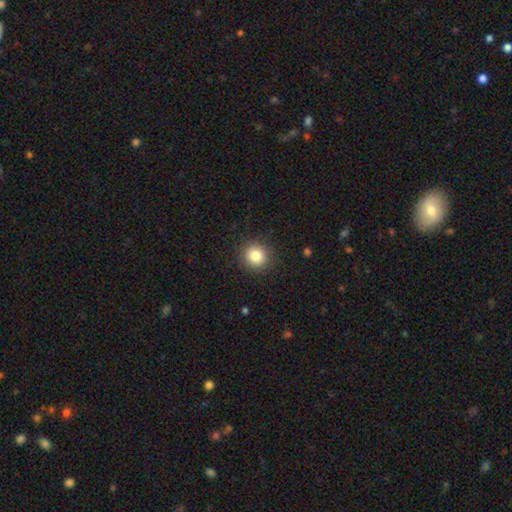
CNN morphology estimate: This is clearly a smooth galaxy (83%). How rounded: clearly round (90%). Merging: clearly none (90%).